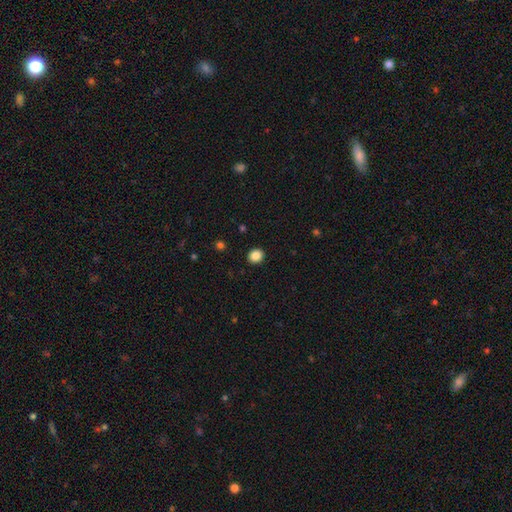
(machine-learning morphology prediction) This appears to be a smooth galaxy with no disk features (86%) that is round (82%). Merging: none (92%).